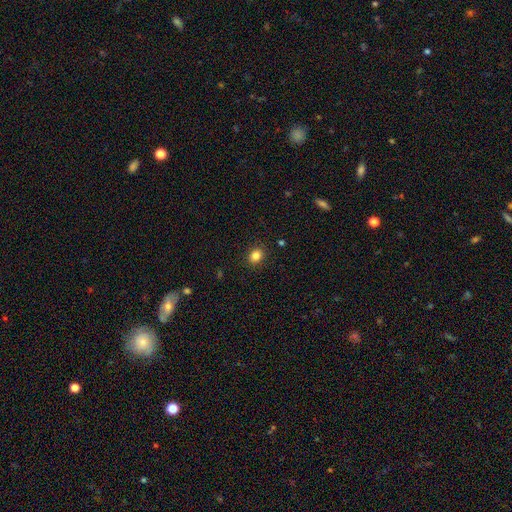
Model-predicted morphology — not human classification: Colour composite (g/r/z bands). It shows a smooth galaxy with no disk features (84%) that is round (59%). Merging: none (89%).